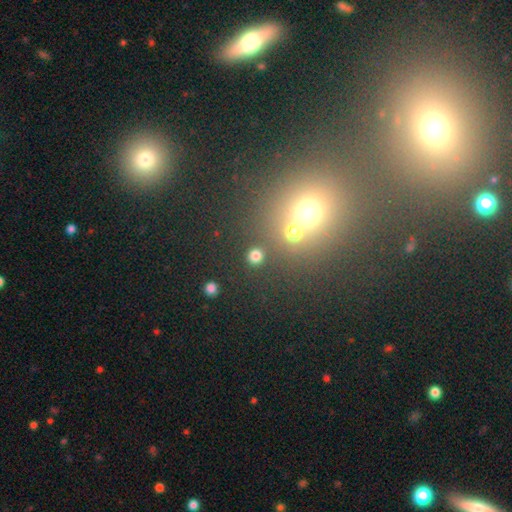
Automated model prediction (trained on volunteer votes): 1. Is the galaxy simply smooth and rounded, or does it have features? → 75% smooth, 20% star or artifact, 5% featured or disk.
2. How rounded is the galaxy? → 91% round, 8% in between, 1% cigar-shaped.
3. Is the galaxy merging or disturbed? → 87% none, 6% minor disturbance, 5% merger, 3% major disturbance.